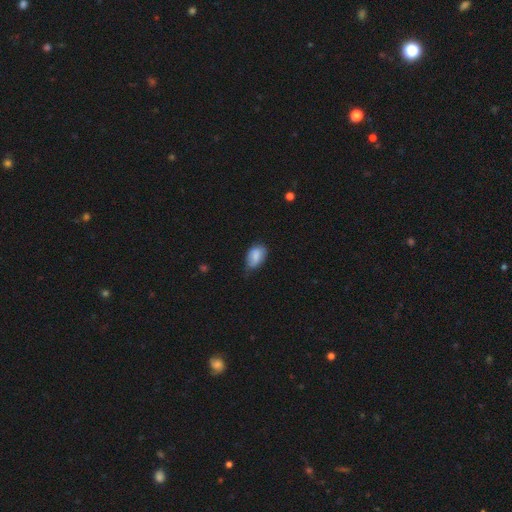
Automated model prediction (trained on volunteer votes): smooth-or-featured: smooth: 81% | featured or disk: 12% | star or artifact: 7%
  how-rounded: in between: 90% | round: 8% | cigar-shaped: 2%
  merging: none: 53% | minor disturbance: 39% | major disturbance: 7% | merger: 2%